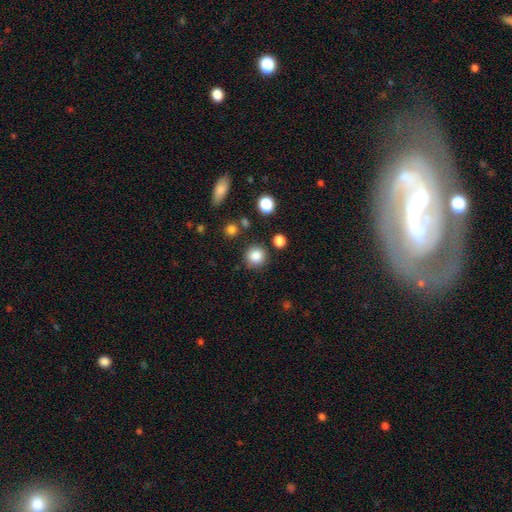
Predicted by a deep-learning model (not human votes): smooth 85%, star or artifact 11%, featured or disk 4%. Down the decision tree: how rounded — round (93%); merging — none (86%).